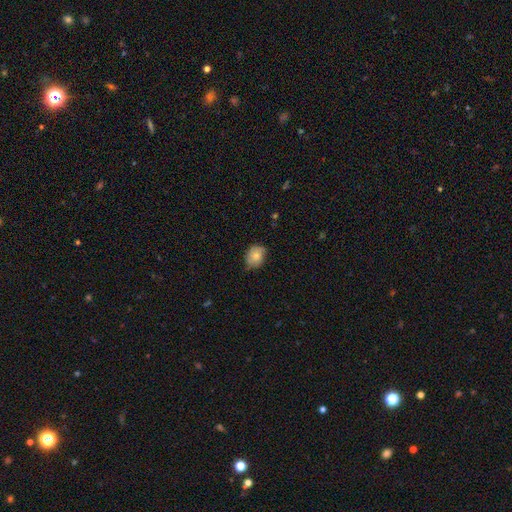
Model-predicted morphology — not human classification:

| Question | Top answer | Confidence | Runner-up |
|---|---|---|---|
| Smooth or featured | smooth | 74% | featured or disk (18%) |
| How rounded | in between | 51% | round (48%) |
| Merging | none | 65% | minor disturbance (29%) |